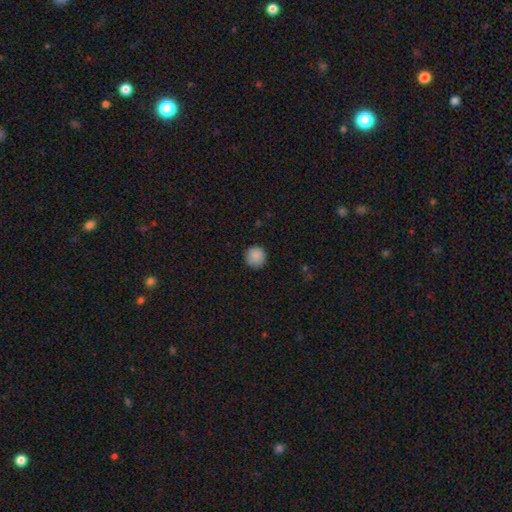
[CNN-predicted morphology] Smooth or featured?
  - smooth: 88% *
  - star or artifact: 9%
  - featured or disk: 3%
How rounded?
  - round: 94% *
  - in between: 5%
  - cigar-shaped: 1%
Merging?
  - none: 88% *
  - minor disturbance: 9%
  - major disturbance: 2%
  - merger: 1%